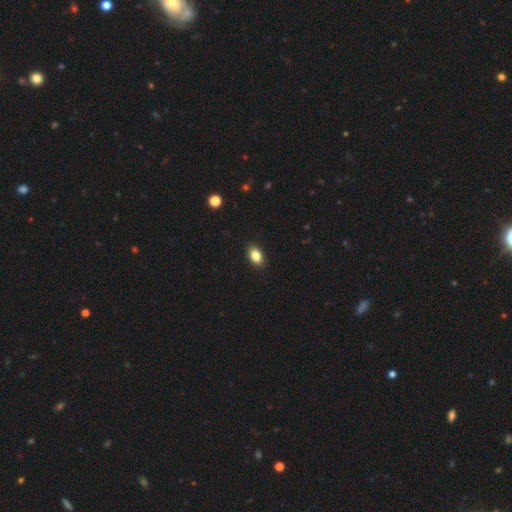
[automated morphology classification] Smooth or featured: smooth — 84% (star or artifact — 9%)
How rounded: in between — 87% (round — 11%)
Merging: none — 88% (minor disturbance — 9%)